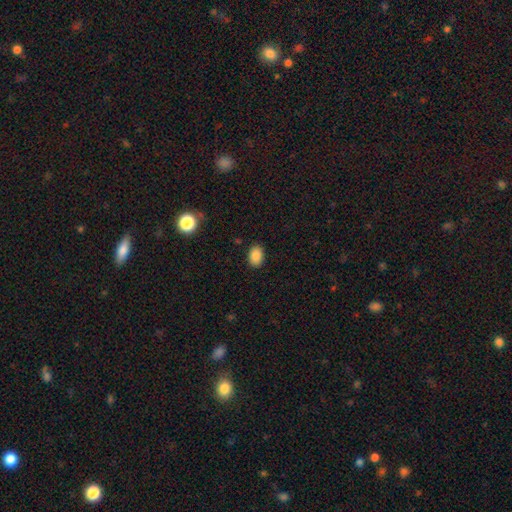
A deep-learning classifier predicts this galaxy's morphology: The model was most divided on "how rounded": in between: 80%, round: 19%, cigar-shaped: 1%. More confident: merging — none (88%); smooth or featured — smooth (87%).